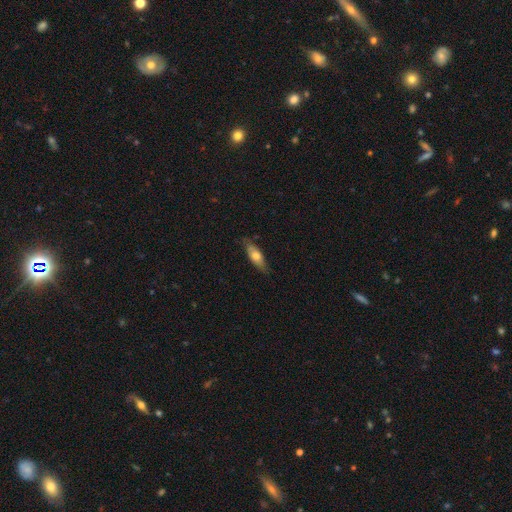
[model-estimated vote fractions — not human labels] Overall: smooth (63%; featured or disk 31%). How rounded: in between (61%; cigar-shaped 37%). Merging: none (77%).